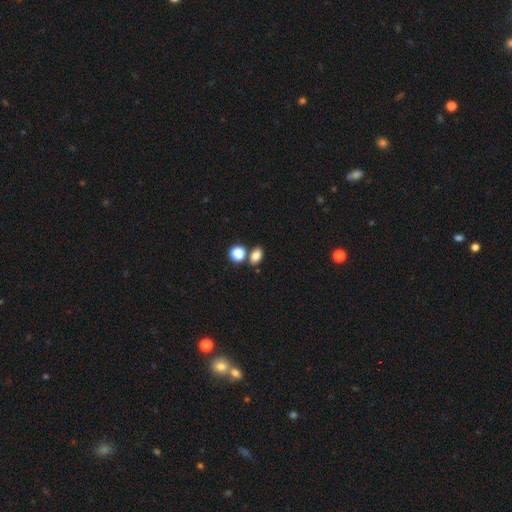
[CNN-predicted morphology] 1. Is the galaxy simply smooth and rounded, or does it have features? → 81% smooth, 13% star or artifact, 7% featured or disk.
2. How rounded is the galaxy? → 76% in between, 23% round, 2% cigar-shaped.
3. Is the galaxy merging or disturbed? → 71% none, 16% merger, 10% minor disturbance, 3% major disturbance.